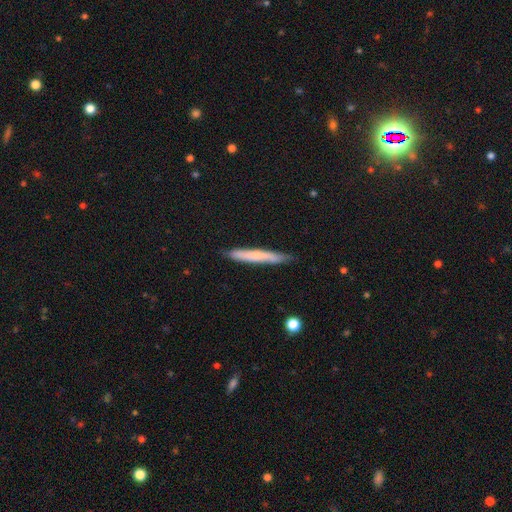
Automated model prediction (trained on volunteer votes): smooth 62%, featured or disk 32%, star or artifact 6%. Down the decision tree: how rounded — cigar-shaped (95%); merging — none (83%).